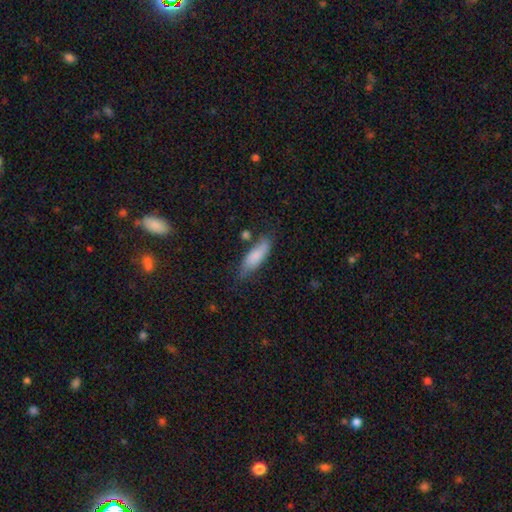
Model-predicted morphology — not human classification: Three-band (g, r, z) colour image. It shows a smooth galaxy with no disk features (80%) that is in between round and cigar-shaped (58%). Merging: none (64%).